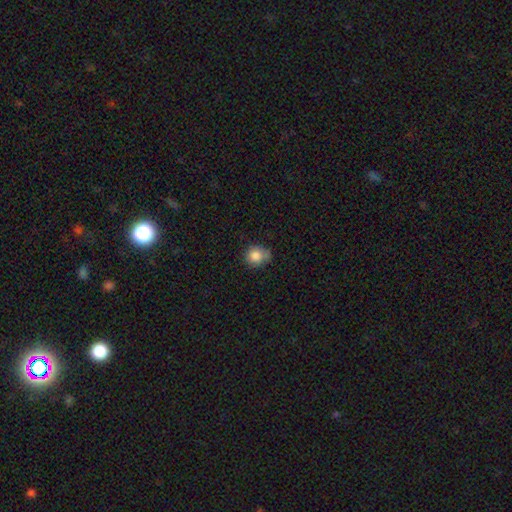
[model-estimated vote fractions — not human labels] Smooth or featured?
  - smooth: 84% *
  - star or artifact: 9%
  - featured or disk: 7%
How rounded?
  - round: 82% *
  - in between: 17%
  - cigar-shaped: 1%
Merging?
  - none: 61% *
  - minor disturbance: 29%
  - major disturbance: 6%
  - merger: 4%